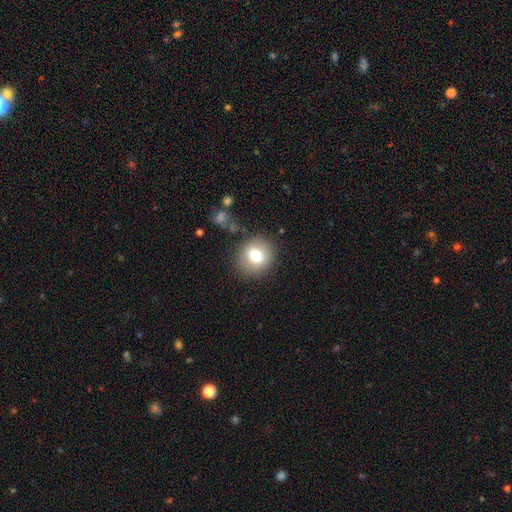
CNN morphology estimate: smooth_or_featured: smooth (p=0.75) [alt: featured or disk p=0.15]
how_rounded: round (p=0.82) [alt: in between p=0.17]
merging: none (p=0.82) [alt: minor disturbance p=0.11]